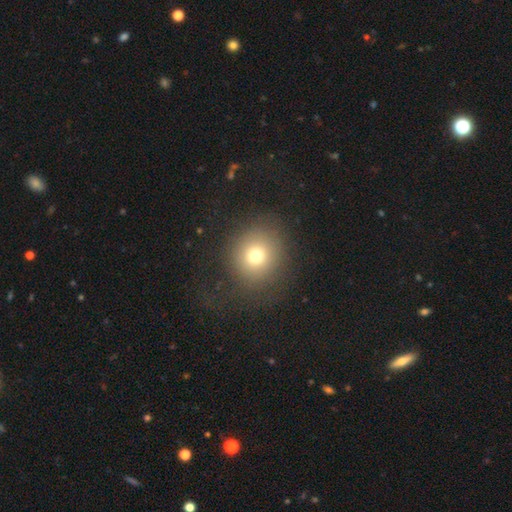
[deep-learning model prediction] Smooth or featured? Predicted: smooth (p=0.71). How rounded? Predicted: round (p=0.89). Merging? Predicted: none (p=0.80).